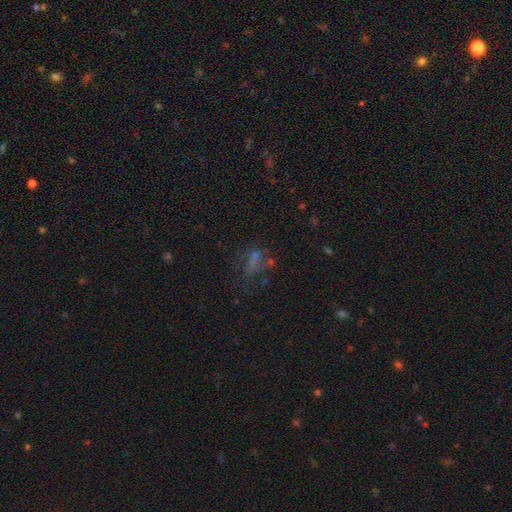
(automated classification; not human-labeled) A smooth galaxy with no disk features (41%). Merging: none (46%).